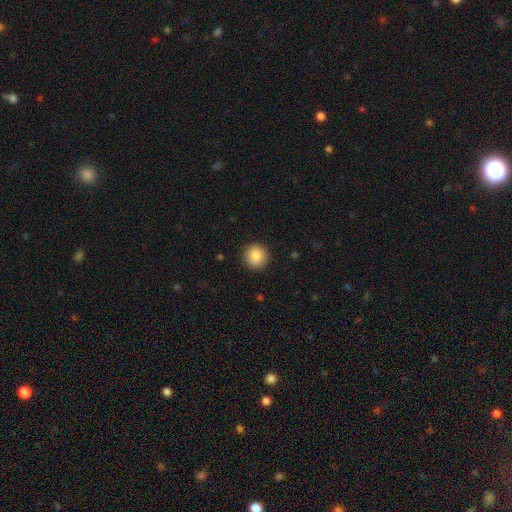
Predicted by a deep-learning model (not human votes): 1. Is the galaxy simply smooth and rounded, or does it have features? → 85% smooth, 9% star or artifact, 6% featured or disk.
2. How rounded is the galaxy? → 93% round, 6% in between, 1% cigar-shaped.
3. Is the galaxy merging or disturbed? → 91% none, 6% minor disturbance, 2% major disturbance, 1% merger.